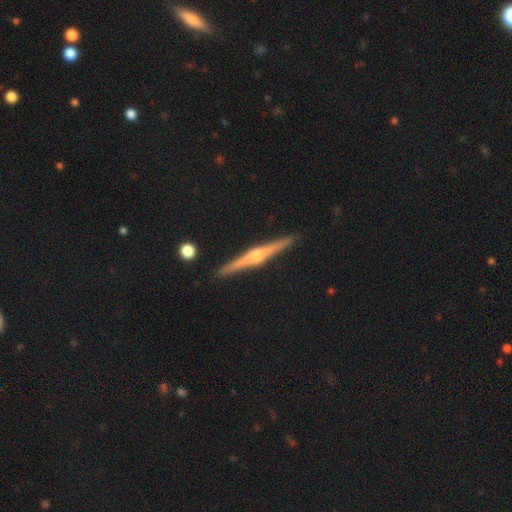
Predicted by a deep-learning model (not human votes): Overall: featured or disk (83%). Edge-on disk: yes (99%). Edge-on bulge: rounded (90%). Merging: none (92%).